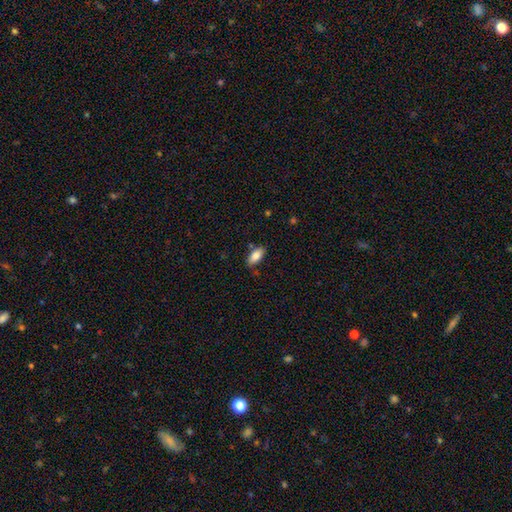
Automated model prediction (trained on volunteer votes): A smooth galaxy with no disk features (85%) that is in between round and cigar-shaped (89%). Merging: none (81%).